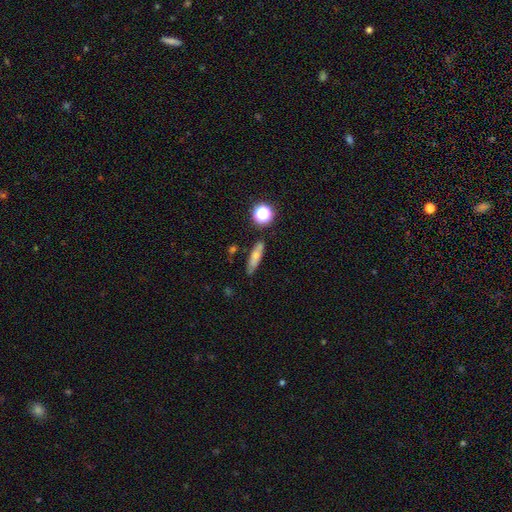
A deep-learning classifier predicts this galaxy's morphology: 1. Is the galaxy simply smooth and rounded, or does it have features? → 66% smooth, 22% featured or disk, 11% star or artifact.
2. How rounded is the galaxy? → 65% cigar-shaped, 28% in between, 7% round.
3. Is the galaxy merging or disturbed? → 78% none, 14% minor disturbance, 4% merger, 3% major disturbance.